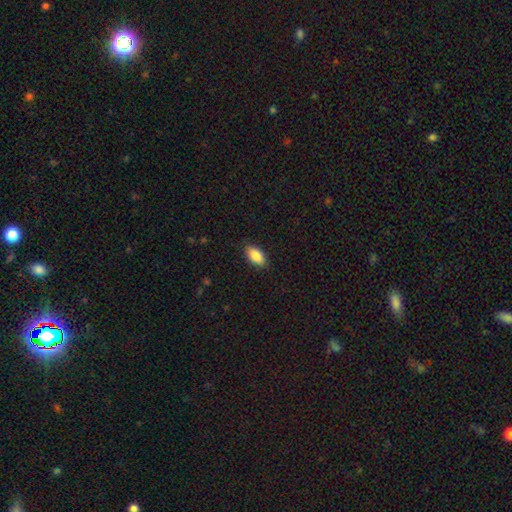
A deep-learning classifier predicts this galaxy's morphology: Smooth or featured? smooth (87%)
How rounded? in between (93%)
Merging? none (87%)